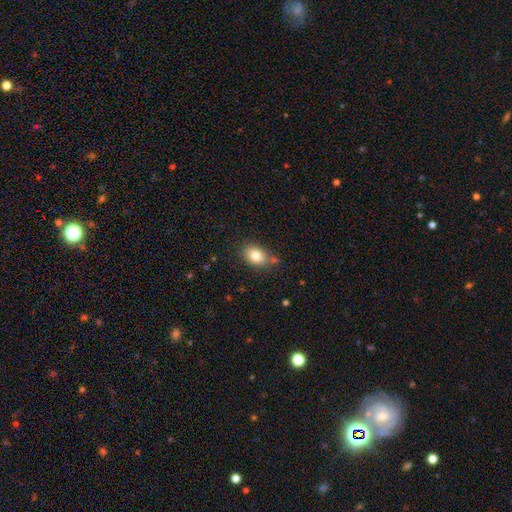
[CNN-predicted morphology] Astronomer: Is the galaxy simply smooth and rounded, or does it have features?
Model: smooth — 83%.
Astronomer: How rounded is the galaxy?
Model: in between — 79%.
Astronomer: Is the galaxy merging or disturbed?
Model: none — 76%.